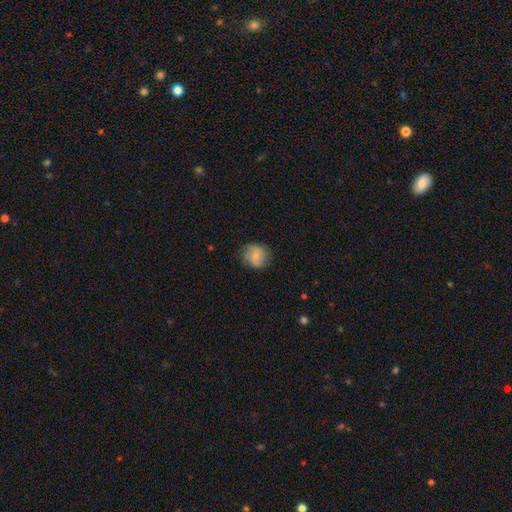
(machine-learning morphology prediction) This is likely a smooth galaxy (67%). How rounded: clearly round (84%). Merging: likely none (73%).